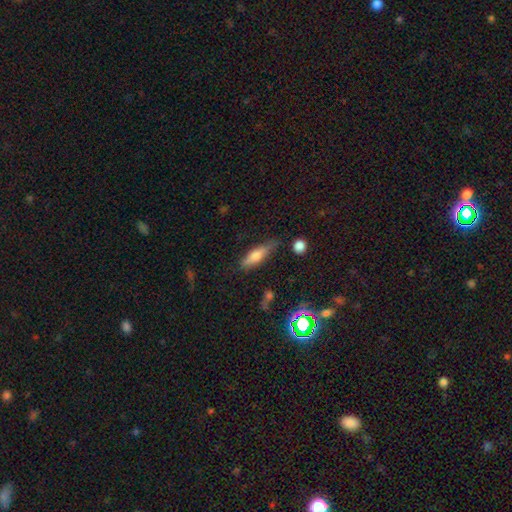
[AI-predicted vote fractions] smooth-or-featured: smooth: 67% | featured or disk: 24% | star or artifact: 9%
  how-rounded: cigar-shaped: 54% | in between: 43% | round: 3%
  merging: none: 66% | minor disturbance: 24% | major disturbance: 6% | merger: 4%